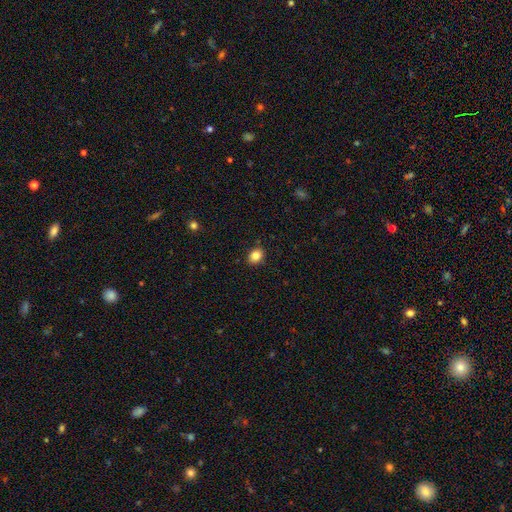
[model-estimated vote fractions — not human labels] Smooth or featured: smooth — 85% (star or artifact — 10%)
How rounded: in between — 53% (round — 46%)
Merging: none — 89% (minor disturbance — 8%)